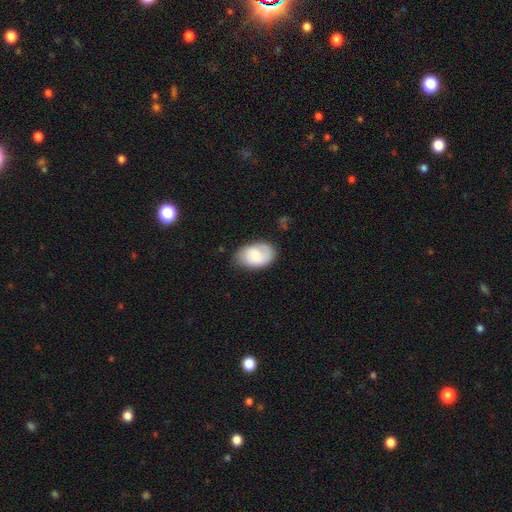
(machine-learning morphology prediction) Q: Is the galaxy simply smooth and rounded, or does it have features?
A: smooth — 55%.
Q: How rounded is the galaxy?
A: in between — 88%.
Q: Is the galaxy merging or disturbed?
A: none — 68%.